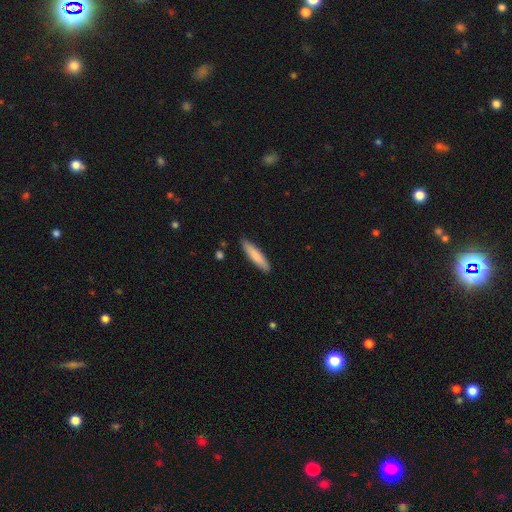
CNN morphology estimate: Smooth or featured? Predicted: smooth (p=0.82). How rounded? Predicted: cigar-shaped (p=0.81). Merging? Predicted: none (p=0.88).